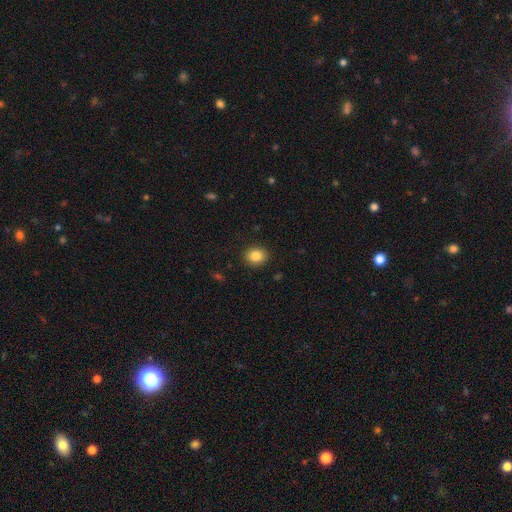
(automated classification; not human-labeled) The model was most divided on "how rounded": round: 74%, in between: 25%, cigar-shaped: 1%. More confident: merging — none (91%); smooth or featured — smooth (85%).